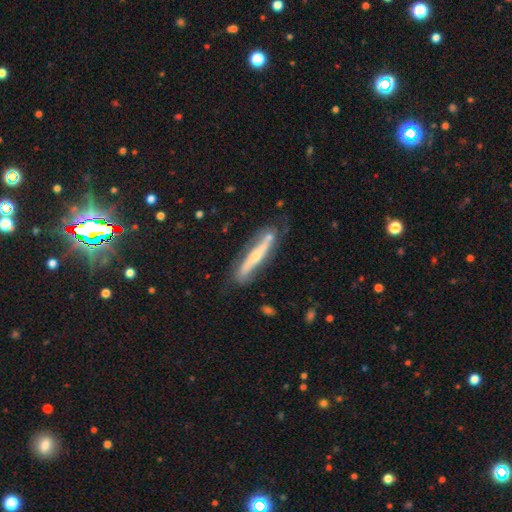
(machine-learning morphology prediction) A featured or disk galaxy (67%) viewed edge-on (71%).

Vote fractions:
- Smooth or featured? featured or disk: 67% / smooth: 28% / star or artifact: 6%
- Edge-on disk? yes: 71% / no: 29%
- Merging? none: 63% / minor disturbance: 23% / major disturbance: 8% / merger: 6%